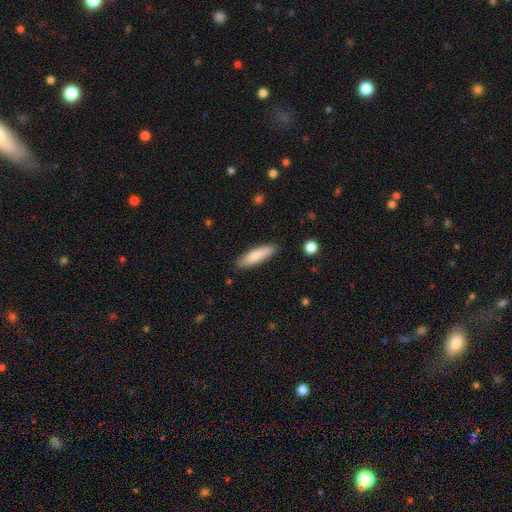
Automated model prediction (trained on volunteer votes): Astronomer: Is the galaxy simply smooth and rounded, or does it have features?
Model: smooth — 77%.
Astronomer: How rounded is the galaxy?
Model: cigar-shaped — 63%.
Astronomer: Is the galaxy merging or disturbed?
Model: none — 87%.